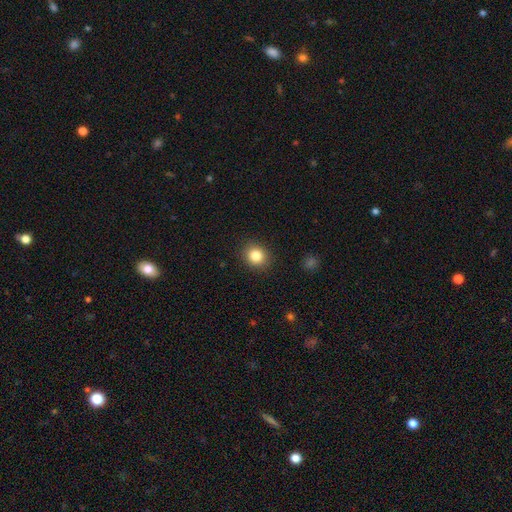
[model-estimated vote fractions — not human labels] A smooth galaxy with no disk features (84%) that is round (76%). Merging: none (89%).